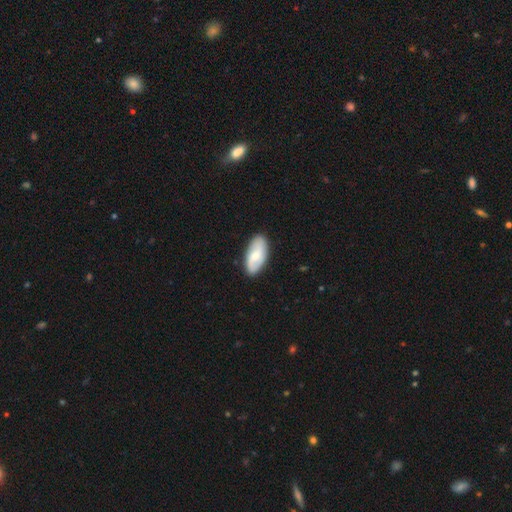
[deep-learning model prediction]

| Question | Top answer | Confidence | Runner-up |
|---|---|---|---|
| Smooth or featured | smooth | 53% | featured or disk (41%) |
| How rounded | in between | 92% | cigar-shaped (5%) |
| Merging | none | 86% | minor disturbance (11%) |